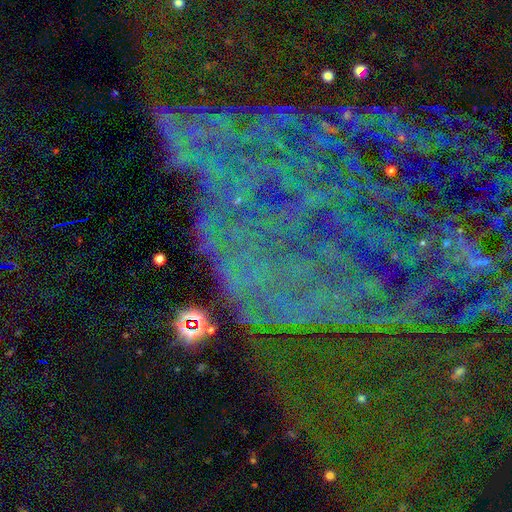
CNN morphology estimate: This appears to be a star or artifact, not a galaxy (77%).